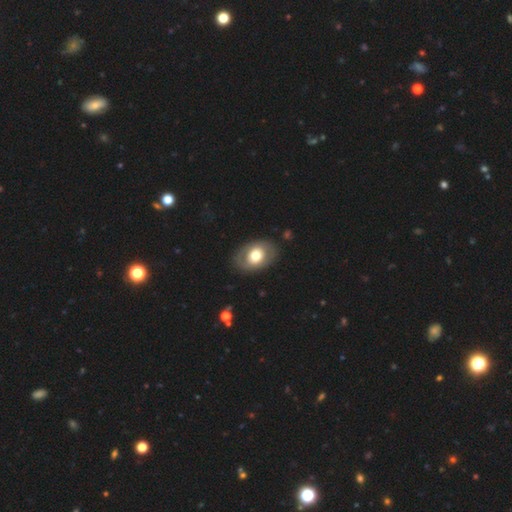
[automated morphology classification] The model was most divided on "smooth or featured": smooth: 58%, featured or disk: 36%, star or artifact: 6%. More confident: merging — none (83%); how rounded — in between (76%).